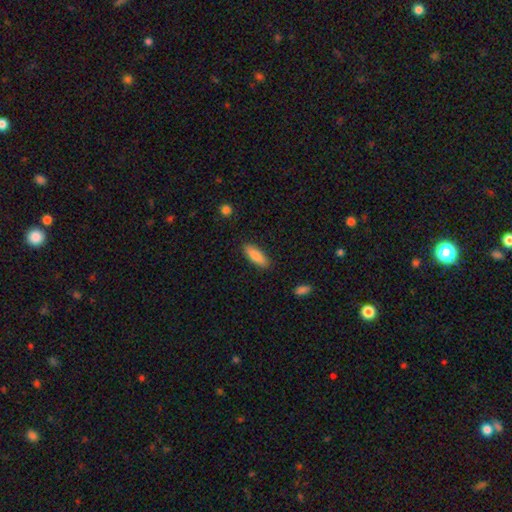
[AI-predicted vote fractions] Smooth or featured? Predicted: smooth (p=0.84). How rounded? Predicted: in between (p=0.62). Merging? Predicted: none (p=0.87).